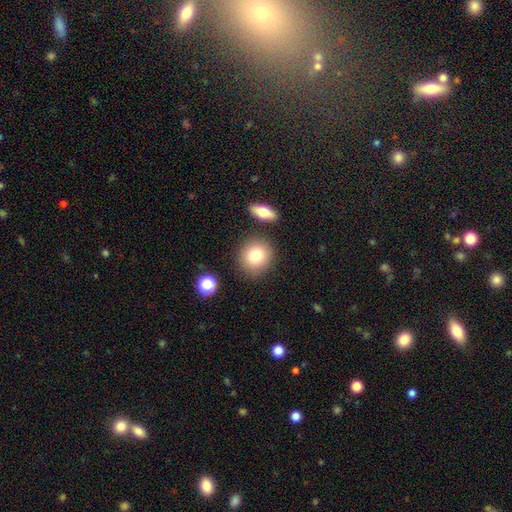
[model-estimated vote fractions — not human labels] Smooth or featured: smooth — 80% (featured or disk — 11%)
How rounded: round — 82% (in between — 16%)
Merging: none — 82% (minor disturbance — 8%)